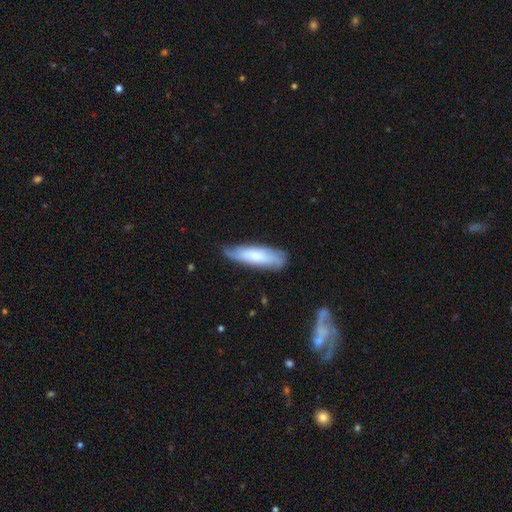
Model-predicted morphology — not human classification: A smooth galaxy with no disk features (66%) that is cigar-shaped (55%). Merging: none (64%).